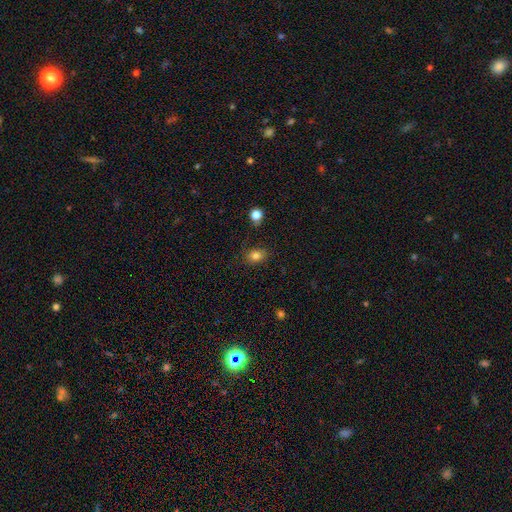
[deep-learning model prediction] A smooth galaxy with no disk features (81%) that is in between round and cigar-shaped (57%). Merging: none (82%).